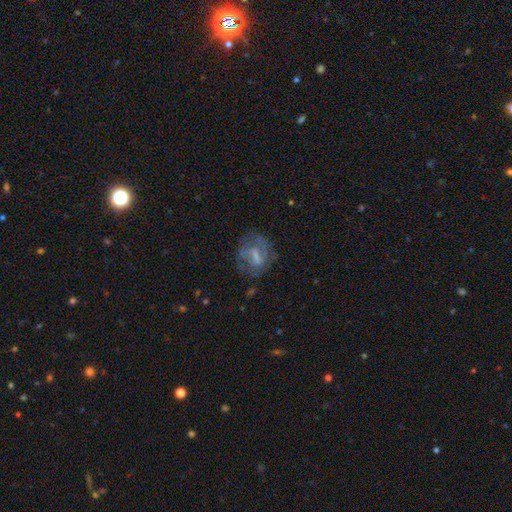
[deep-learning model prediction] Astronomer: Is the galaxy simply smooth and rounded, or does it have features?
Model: featured or disk — 59%.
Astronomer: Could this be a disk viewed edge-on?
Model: no — 95%.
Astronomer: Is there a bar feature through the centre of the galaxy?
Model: weak — 42% (runner-up: strong, 31%).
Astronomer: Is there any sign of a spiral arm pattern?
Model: no — 54% (runner-up: yes, 46%).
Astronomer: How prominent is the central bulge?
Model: none — 40% (runner-up: small, 29%).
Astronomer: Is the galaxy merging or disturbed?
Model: none — 57%.